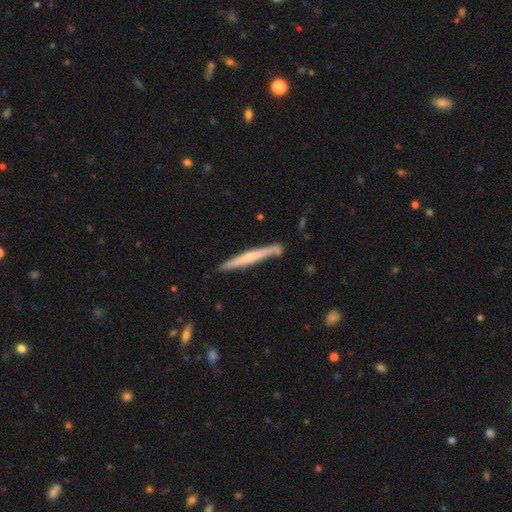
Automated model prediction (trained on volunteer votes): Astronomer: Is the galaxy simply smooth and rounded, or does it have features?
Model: featured or disk — 54% (runner-up: smooth, 40%).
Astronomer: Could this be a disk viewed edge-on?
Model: yes — 96%.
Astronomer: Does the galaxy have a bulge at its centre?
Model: none — 53% (runner-up: rounded, 39%).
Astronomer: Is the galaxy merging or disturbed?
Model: none — 86%.